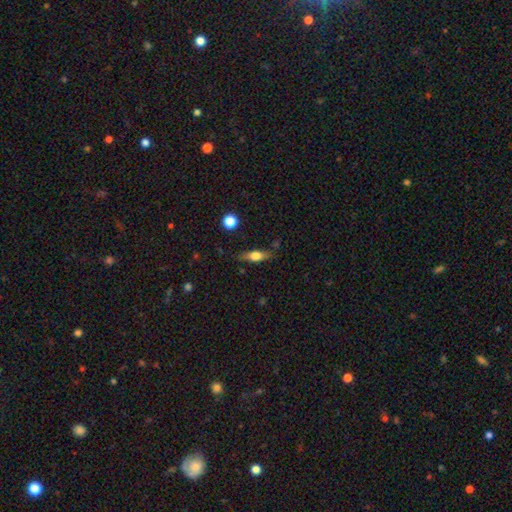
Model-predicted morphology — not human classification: smooth 61%, featured or disk 32%, star or artifact 8%. Down the decision tree: how rounded — in between (54%); merging — none (77%).